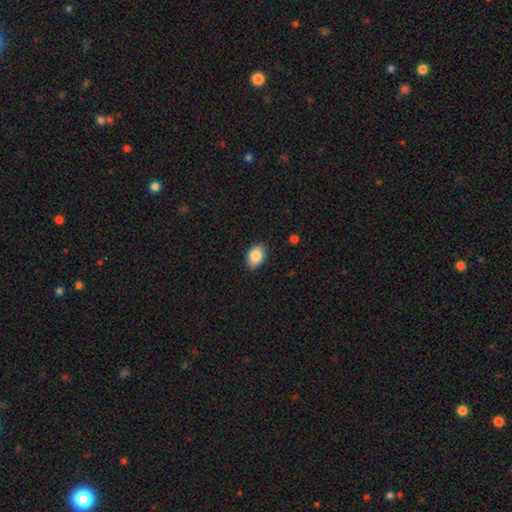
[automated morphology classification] The model was most divided on "how rounded": in between: 88%, round: 11%, cigar-shaped: 1%. More confident: merging — none (88%); smooth or featured — smooth (87%).